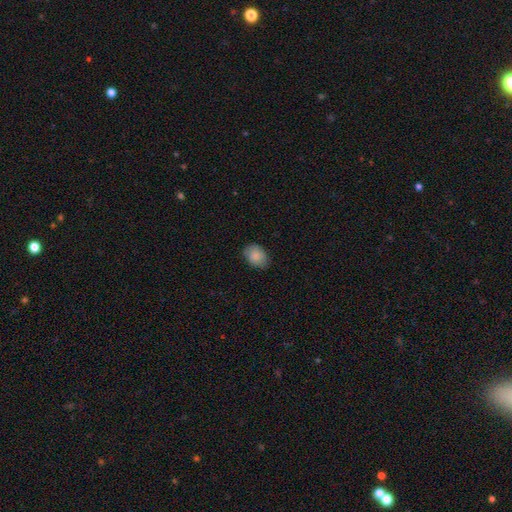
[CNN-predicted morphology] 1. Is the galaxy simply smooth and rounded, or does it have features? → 87% smooth, 7% star or artifact, 6% featured or disk.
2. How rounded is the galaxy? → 73% in between, 26% round, 1% cigar-shaped.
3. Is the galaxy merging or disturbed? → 80% none, 16% minor disturbance, 3% major disturbance, 1% merger.